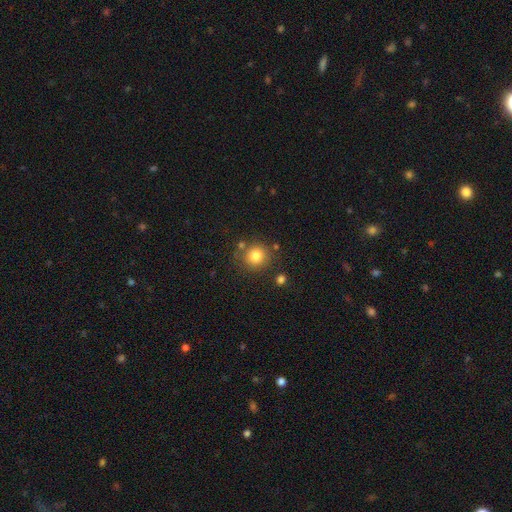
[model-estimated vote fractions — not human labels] Smooth or featured? Predicted: smooth (p=0.81). How rounded? Predicted: round (p=0.90). Merging? Predicted: none (p=0.79).